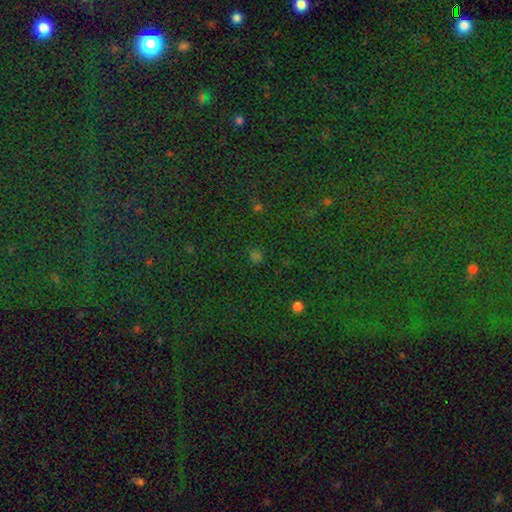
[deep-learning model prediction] Q: Smooth or featured?
A: star or artifact (51%); runner-up: smooth (43%)